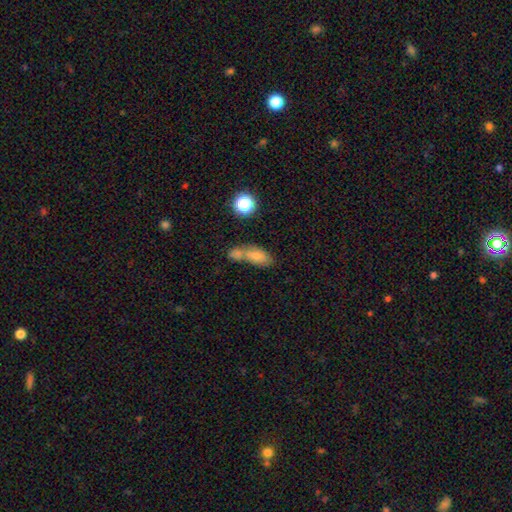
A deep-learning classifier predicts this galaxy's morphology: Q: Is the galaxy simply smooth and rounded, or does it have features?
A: smooth — 72%.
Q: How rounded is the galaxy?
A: in between — 81%.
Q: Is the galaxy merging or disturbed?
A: merger — 49%.